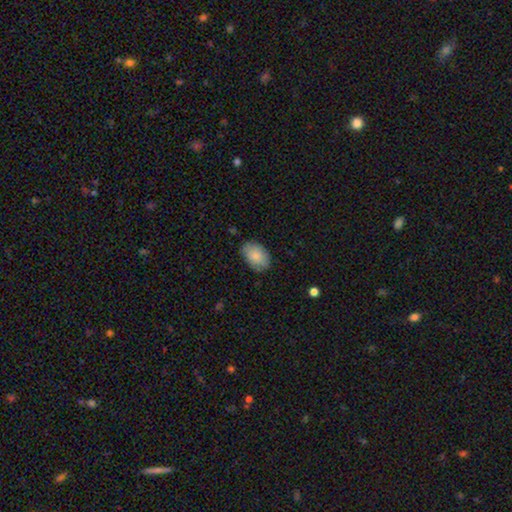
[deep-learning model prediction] Smooth or featured?
  - smooth: 82% *
  - featured or disk: 12%
  - star or artifact: 6%
How rounded?
  - in between: 87% *
  - round: 12%
  - cigar-shaped: 1%
Merging?
  - none: 77% *
  - minor disturbance: 18%
  - major disturbance: 3%
  - merger: 1%